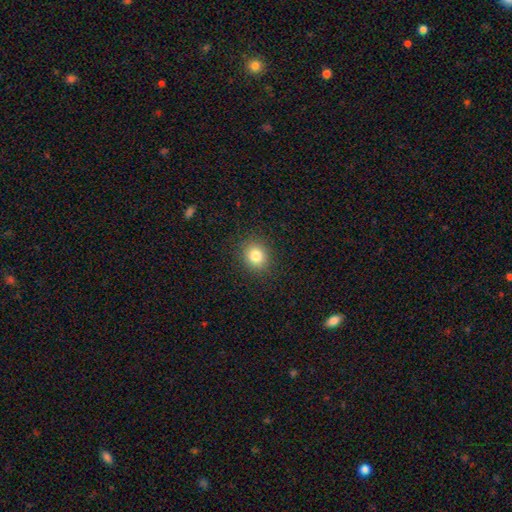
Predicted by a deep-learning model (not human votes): The model was most divided on "how rounded": round: 75%, in between: 24%, cigar-shaped: 1%. More confident: merging — none (89%); smooth or featured — smooth (82%).